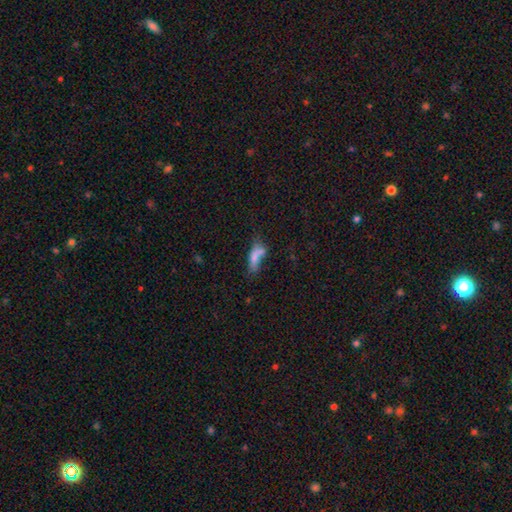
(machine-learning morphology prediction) This is likely a smooth galaxy (67%). How rounded: possibly in between (55%). Merging: marginally merger (38%).